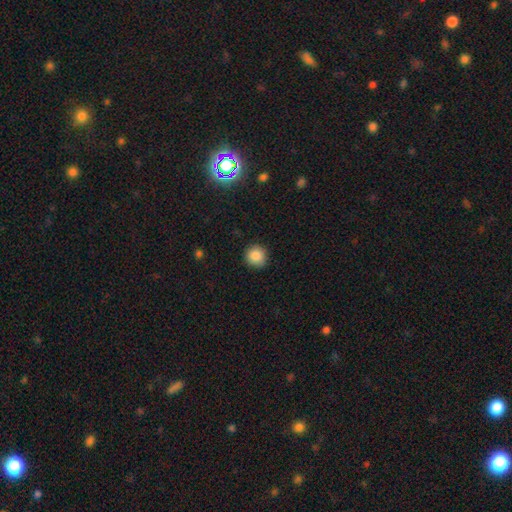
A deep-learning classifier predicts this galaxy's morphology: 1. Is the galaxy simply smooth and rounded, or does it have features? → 86% smooth, 10% star or artifact, 4% featured or disk.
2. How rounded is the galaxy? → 91% round, 8% in between, 1% cigar-shaped.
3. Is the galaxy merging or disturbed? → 89% none, 8% minor disturbance, 2% major disturbance, 1% merger.